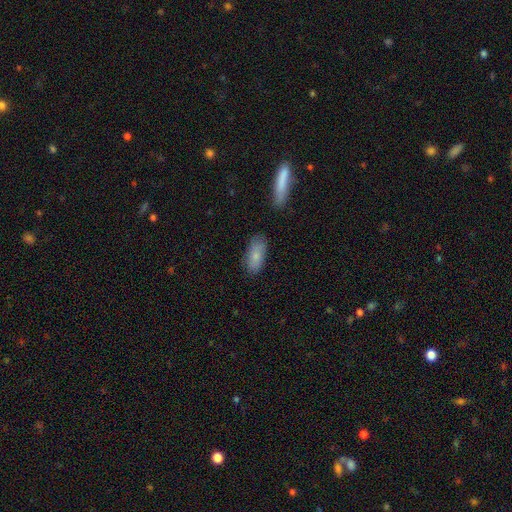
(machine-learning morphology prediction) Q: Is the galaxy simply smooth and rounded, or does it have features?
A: smooth — 80%.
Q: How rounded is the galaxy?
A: in between — 86%.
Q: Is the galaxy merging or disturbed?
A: none — 78%.